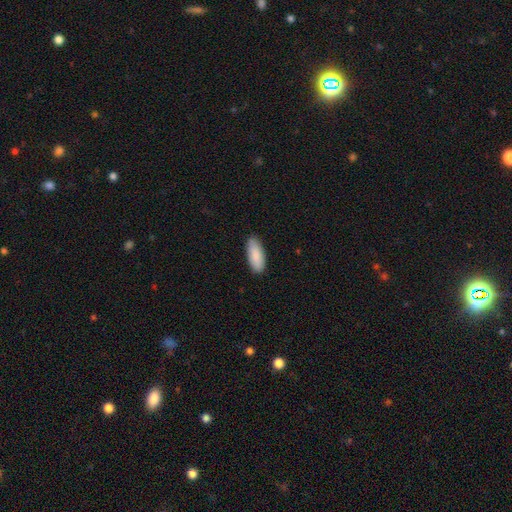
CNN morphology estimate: A smooth galaxy with no disk features (89%) that is in between round and cigar-shaped (77%).

Vote fractions:
- Smooth or featured? smooth: 89% / featured or disk: 6% / star or artifact: 5%
- How rounded? in between: 77% / cigar-shaped: 21% / round: 2%
- Merging? none: 88% / minor disturbance: 10% / major disturbance: 2% / merger: 1%